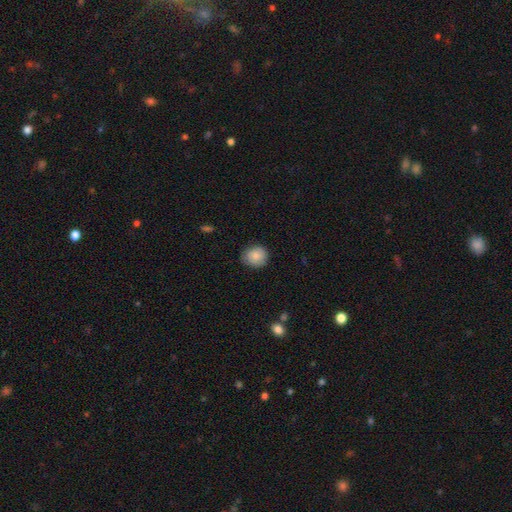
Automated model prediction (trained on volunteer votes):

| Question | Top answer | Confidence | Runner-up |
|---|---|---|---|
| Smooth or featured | smooth | 84% | featured or disk (9%) |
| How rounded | round | 79% | in between (20%) |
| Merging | none | 79% | minor disturbance (17%) |